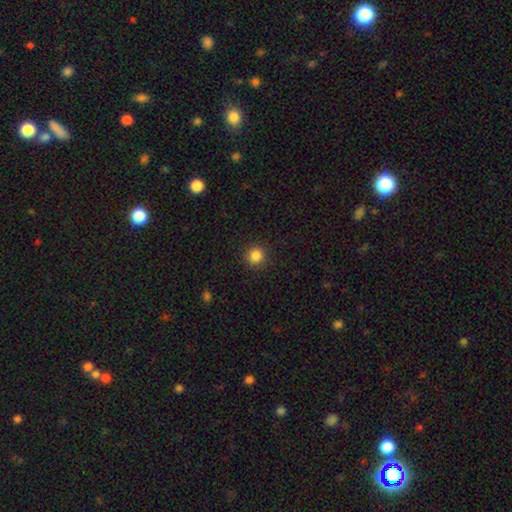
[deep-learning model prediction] smooth 86%, star or artifact 11%, featured or disk 3%. Down the decision tree: how rounded — round (95%); merging — none (92%).